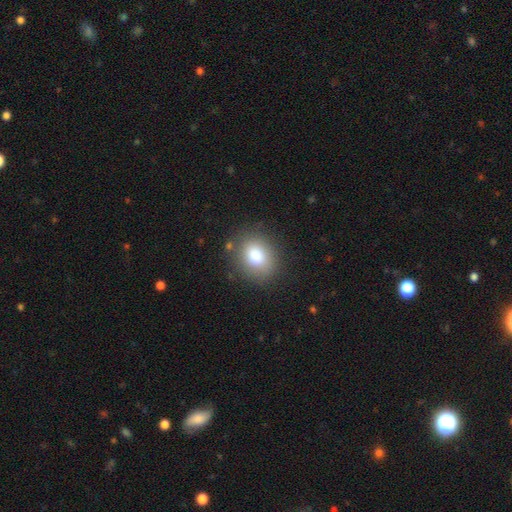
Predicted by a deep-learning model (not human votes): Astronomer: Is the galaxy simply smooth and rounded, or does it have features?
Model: smooth — 81%.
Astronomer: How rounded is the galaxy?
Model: round — 57% (runner-up: in between, 42%).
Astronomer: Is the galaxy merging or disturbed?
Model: none — 84%.